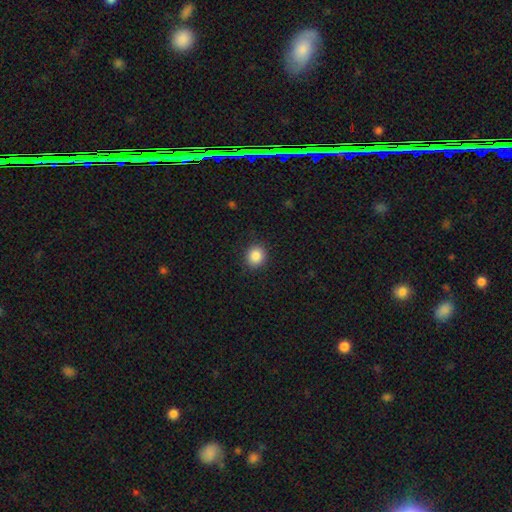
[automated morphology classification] Smooth or featured?
  - smooth: 86% *
  - star or artifact: 10%
  - featured or disk: 4%
How rounded?
  - round: 83% *
  - in between: 17%
  - cigar-shaped: 1%
Merging?
  - none: 90% *
  - minor disturbance: 7%
  - major disturbance: 2%
  - merger: 1%